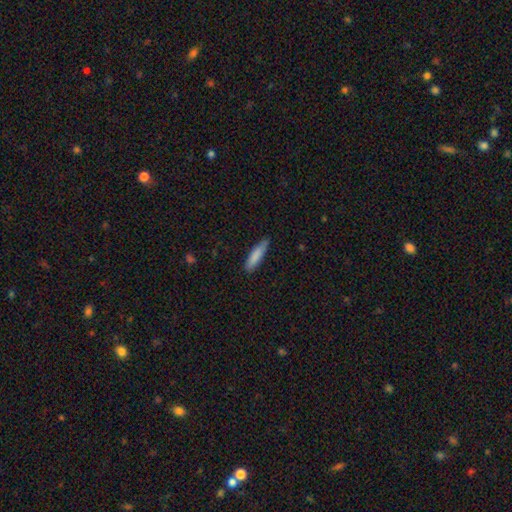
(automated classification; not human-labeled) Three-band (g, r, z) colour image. It shows a smooth galaxy with no disk features (84%) that is cigar-shaped (75%). Merging: none (81%).